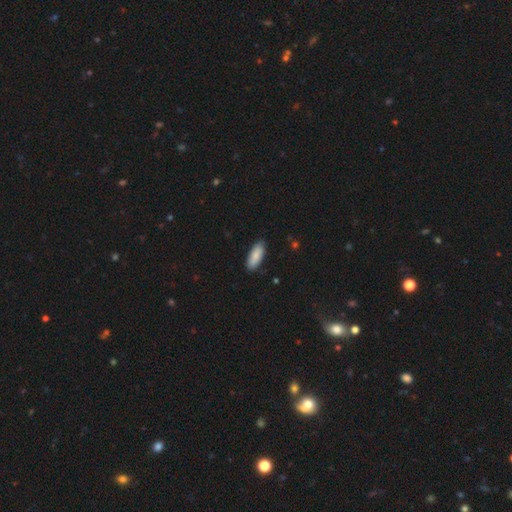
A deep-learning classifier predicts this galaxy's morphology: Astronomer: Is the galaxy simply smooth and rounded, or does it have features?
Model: smooth — 87%.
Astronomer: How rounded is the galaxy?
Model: in between — 78%.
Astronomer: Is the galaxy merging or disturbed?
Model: none — 86%.